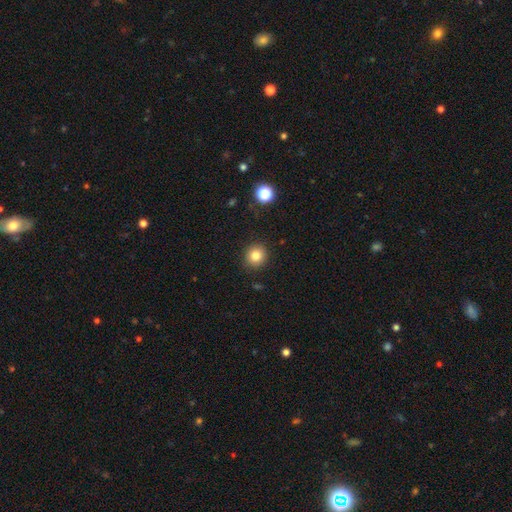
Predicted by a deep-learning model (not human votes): A smooth galaxy with no disk features (82%) that is round (90%). Merging: none (90%).